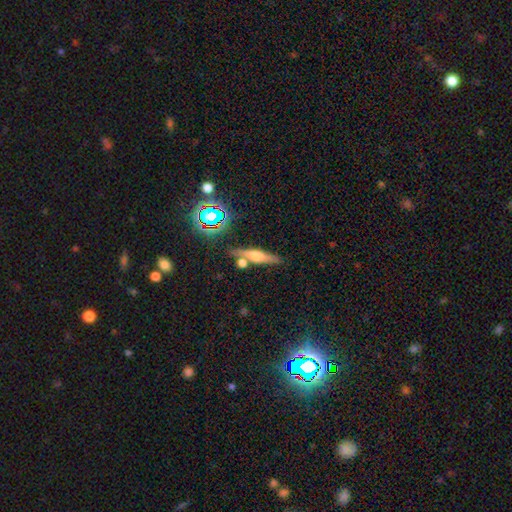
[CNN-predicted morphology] Smooth or featured: featured or disk — 46% (smooth — 39%)
Merging: none — 74% (merger — 11%)